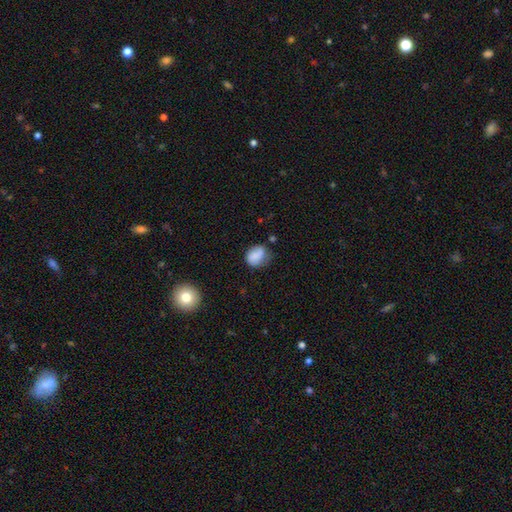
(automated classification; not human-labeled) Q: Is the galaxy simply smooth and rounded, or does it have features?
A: smooth — 78%.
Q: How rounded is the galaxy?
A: in between — 54%.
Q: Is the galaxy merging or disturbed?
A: none — 48%.